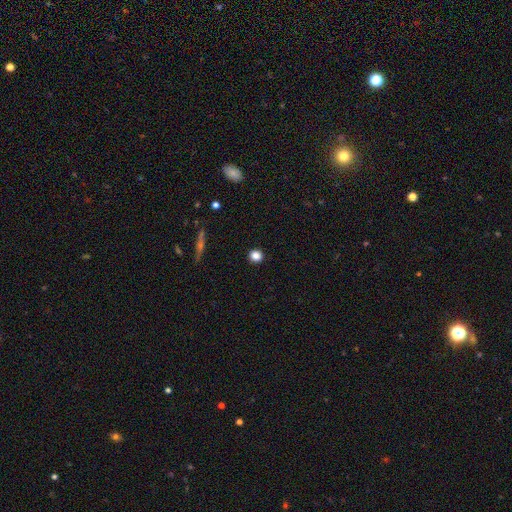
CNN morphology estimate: Smooth or featured?
  - smooth: 84% *
  - star or artifact: 11%
  - featured or disk: 5%
How rounded?
  - round: 89% *
  - in between: 10%
  - cigar-shaped: 2%
Merging?
  - none: 92% *
  - minor disturbance: 5%
  - major disturbance: 2%
  - merger: 1%